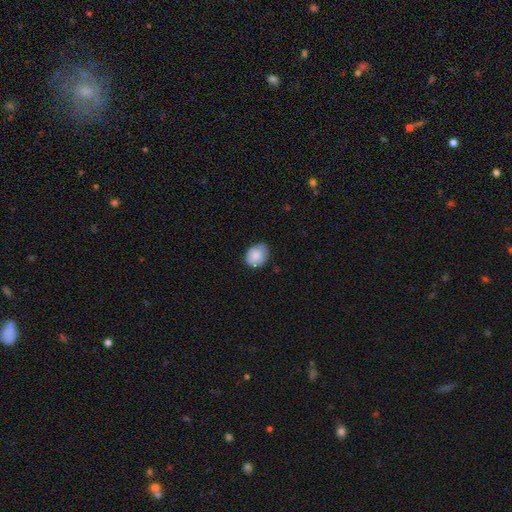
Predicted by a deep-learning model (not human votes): This is clearly a smooth galaxy (86%). How rounded: possibly in between (50%). Merging: likely none (69%).